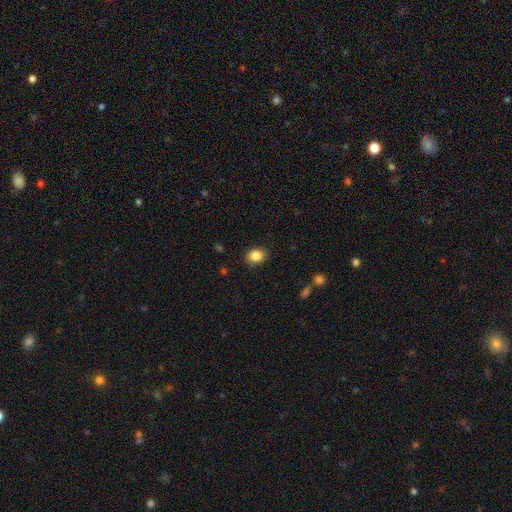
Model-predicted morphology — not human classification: A smooth galaxy with no disk features (86%) that is in between round and cigar-shaped (52%).

Vote fractions:
- Smooth or featured? smooth: 86% / star or artifact: 9% / featured or disk: 5%
- How rounded? in between: 52% / round: 47% / cigar-shaped: 1%
- Merging? none: 87% / minor disturbance: 10% / major disturbance: 2% / merger: 1%